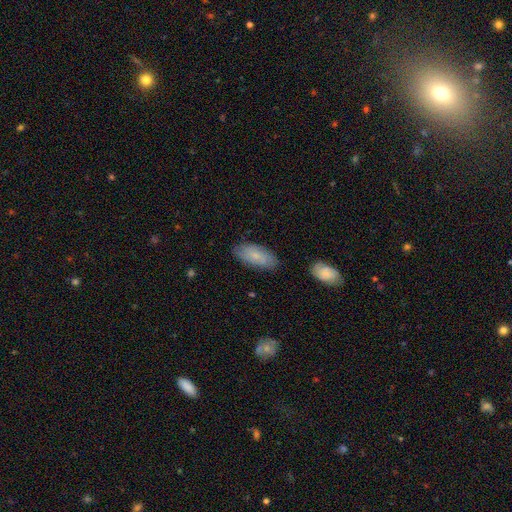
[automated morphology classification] A smooth galaxy with no disk features (73%) that is in between round and cigar-shaped (88%). Merging: none (81%).